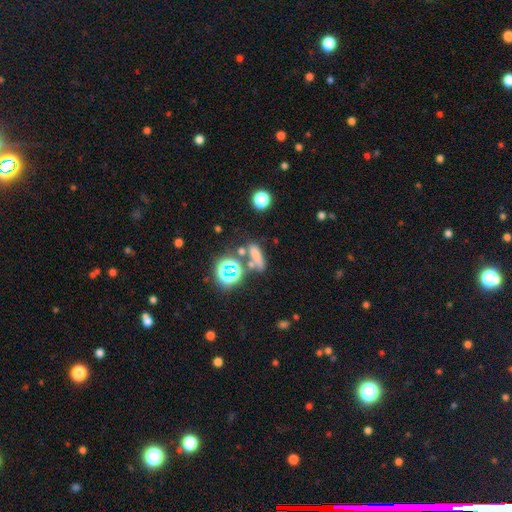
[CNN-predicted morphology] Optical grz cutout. It shows a smooth galaxy with no disk features (61%) that is cigar-shaped (44%). Merging: none (57%).